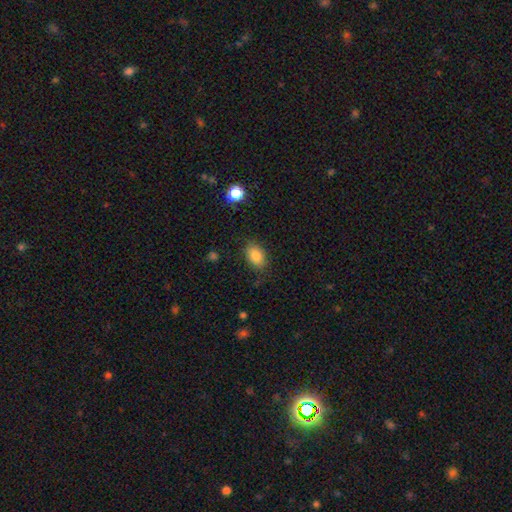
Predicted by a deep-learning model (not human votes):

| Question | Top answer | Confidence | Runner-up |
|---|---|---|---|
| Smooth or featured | smooth | 84% | star or artifact (9%) |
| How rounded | in between | 83% | round (16%) |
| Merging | none | 81% | minor disturbance (14%) |